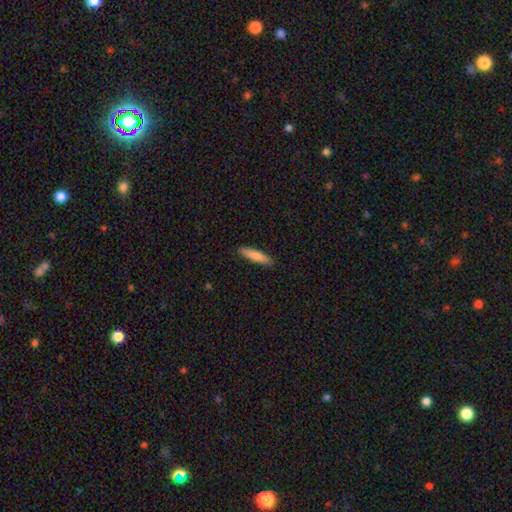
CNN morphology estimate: A smooth galaxy with no disk features (81%) that is cigar-shaped (83%). Merging: none (89%).